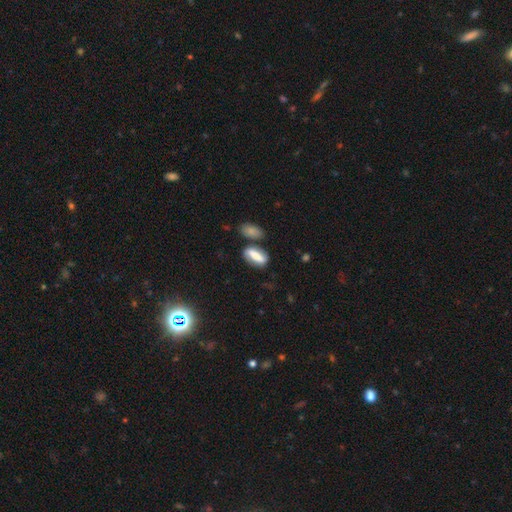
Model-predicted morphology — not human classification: Smooth or featured?
  - smooth: 66% *
  - featured or disk: 26%
  - star or artifact: 9%
How rounded?
  - in between: 71% *
  - cigar-shaped: 23%
  - round: 6%
Merging?
  - none: 63% *
  - minor disturbance: 18%
  - merger: 13%
  - major disturbance: 7%